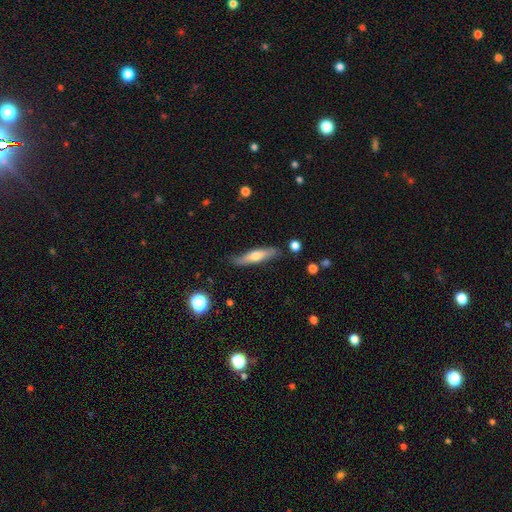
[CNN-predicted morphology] Smooth or featured: smooth — 52% (featured or disk — 42%)
How rounded: cigar-shaped — 80% (in between — 18%)
Merging: none — 80% (minor disturbance — 15%)